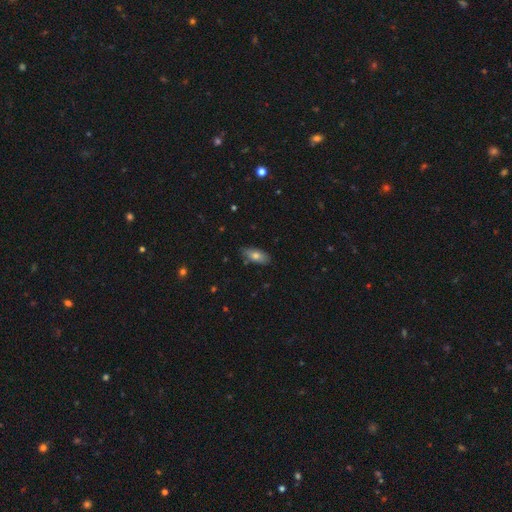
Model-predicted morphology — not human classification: The model was most divided on "smooth or featured": smooth: 72%, featured or disk: 20%, star or artifact: 8%. More confident: merging — none (82%); how rounded — in between (82%).